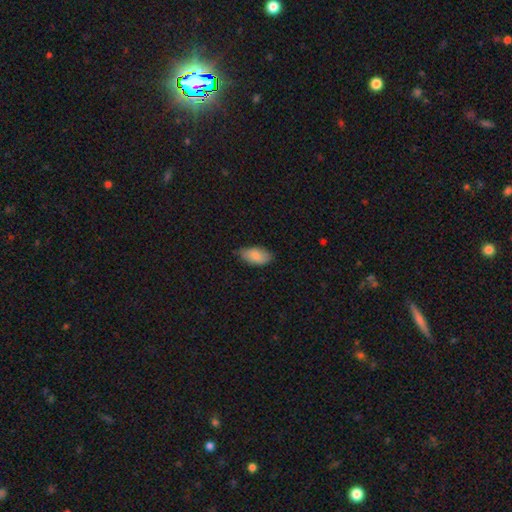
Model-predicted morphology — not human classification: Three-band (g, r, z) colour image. It shows a smooth galaxy with no disk features (84%) that is in between round and cigar-shaped (94%). Merging: none (71%).